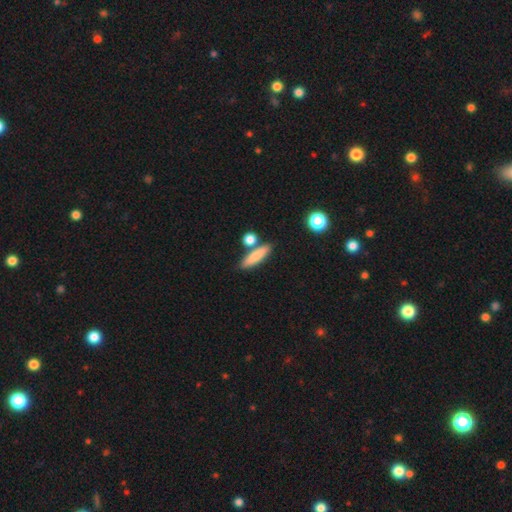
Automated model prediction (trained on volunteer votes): The model was most divided on "how rounded": cigar-shaped: 63%, in between: 31%, round: 6%. More confident: smooth or featured — smooth (79%); merging — none (72%).